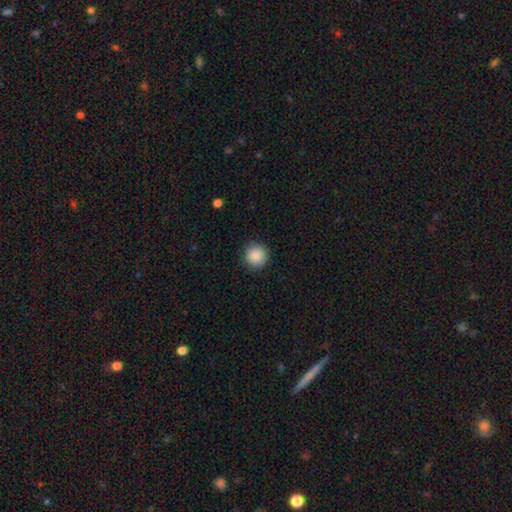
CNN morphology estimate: The model was most divided on "smooth or featured": smooth: 88%, star or artifact: 8%, featured or disk: 3%. More confident: how rounded — round (95%); merging — none (91%).